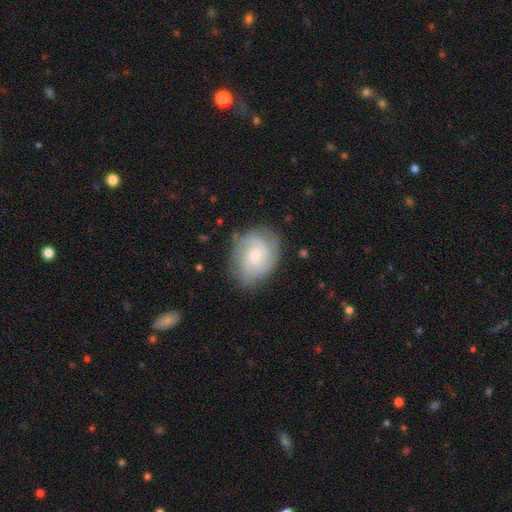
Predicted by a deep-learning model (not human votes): A featured or disk galaxy (58%) with no bar (63%), spiral arms (87%) and a small central bulge (56%). Merging: none (71%).